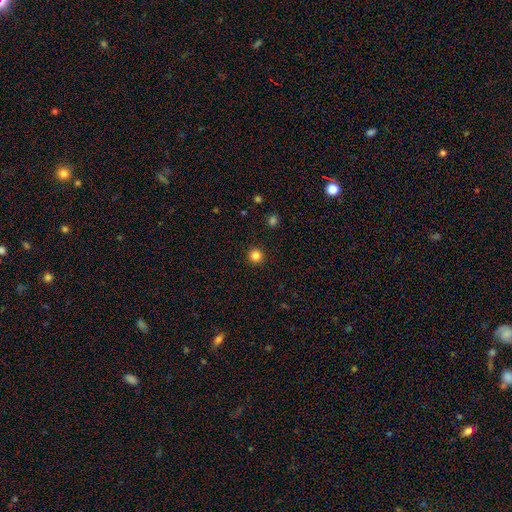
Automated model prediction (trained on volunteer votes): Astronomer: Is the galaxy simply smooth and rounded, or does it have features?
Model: smooth — 84%.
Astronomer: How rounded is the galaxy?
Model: round — 96%.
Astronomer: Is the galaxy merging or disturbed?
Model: none — 93%.